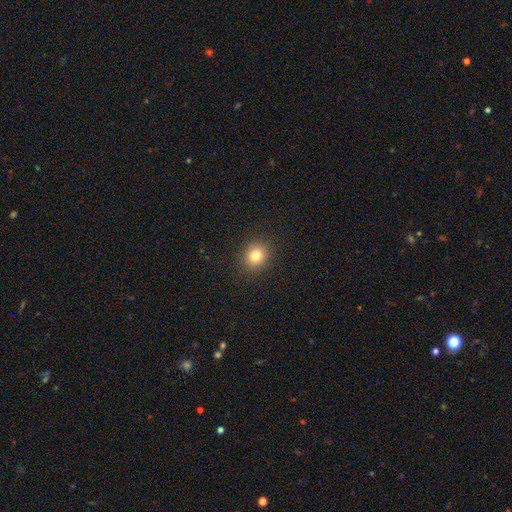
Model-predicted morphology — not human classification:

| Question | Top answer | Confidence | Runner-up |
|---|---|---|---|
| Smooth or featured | smooth | 79% | star or artifact (13%) |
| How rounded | round | 77% | in between (22%) |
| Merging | none | 90% | minor disturbance (7%) |